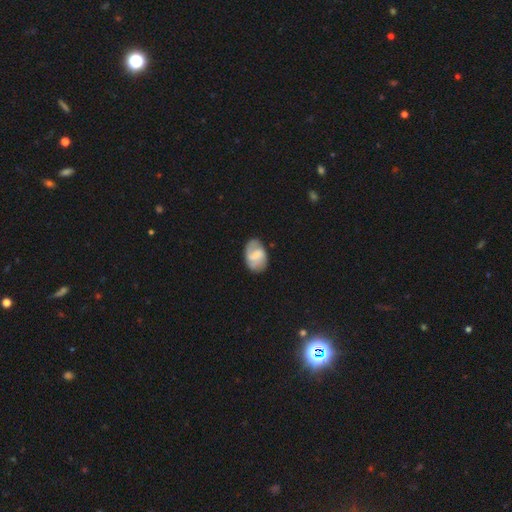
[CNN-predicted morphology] type=featured or disk (56%); edge-on=no (97%); bar=weak (53%); spiral arms=yes (81%); bulge=small (41%); merging=none (72%).